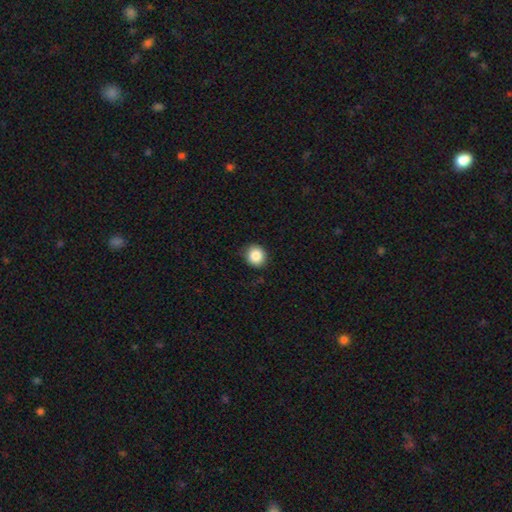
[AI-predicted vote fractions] Smooth or featured?
  - smooth: 87% *
  - star or artifact: 9%
  - featured or disk: 4%
How rounded?
  - round: 89% *
  - in between: 10%
  - cigar-shaped: 1%
Merging?
  - none: 87% *
  - minor disturbance: 10%
  - major disturbance: 2%
  - merger: 1%